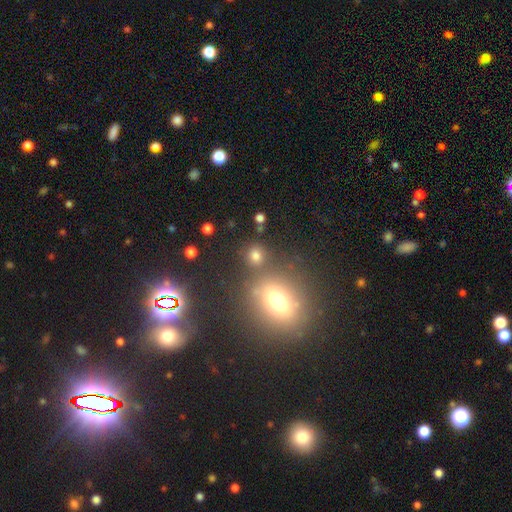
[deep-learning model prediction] Q: Smooth or featured?
A: smooth (73%); runner-up: star or artifact (19%)
Q: How rounded?
A: round (83%); runner-up: in between (15%)
Q: Merging?
A: none (73%); runner-up: merger (14%)